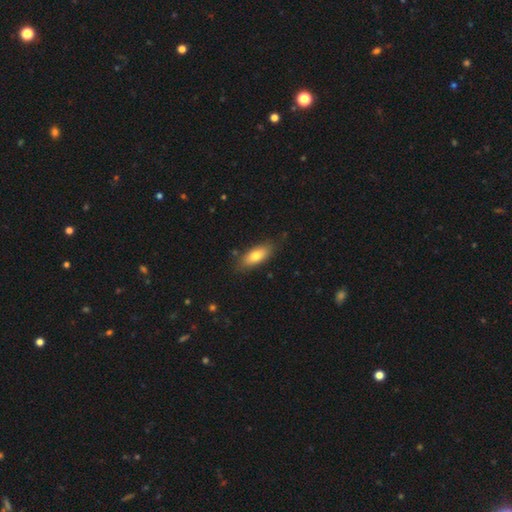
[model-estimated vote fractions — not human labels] Smooth or featured? smooth (74%)
How rounded? in between (79%)
Merging? none (80%)